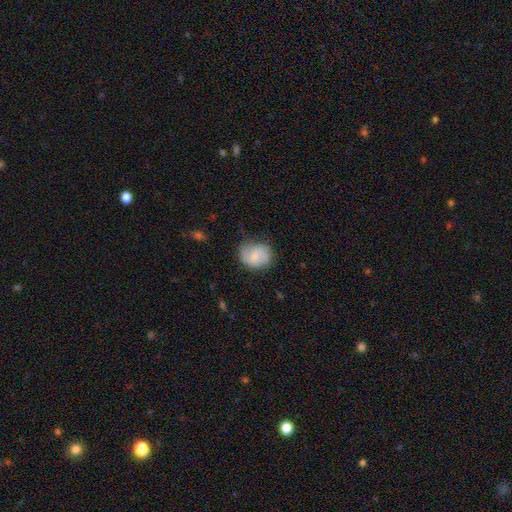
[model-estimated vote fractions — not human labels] Morphology: type=smooth (47%); merging=none (63%).